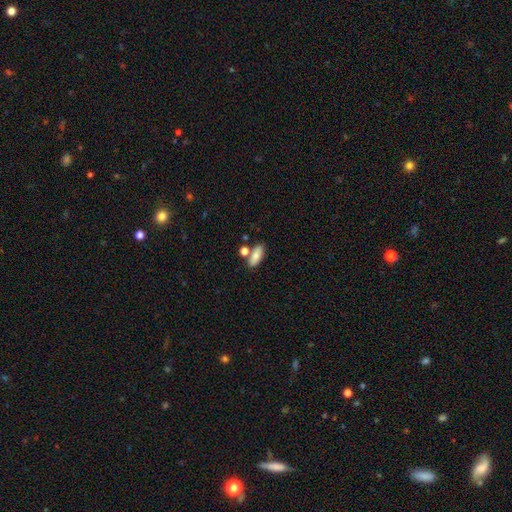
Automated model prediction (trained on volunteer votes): Q: Smooth or featured?
A: smooth (81%); runner-up: featured or disk (12%)
Q: How rounded?
A: in between (80%); runner-up: cigar-shaped (16%)
Q: Merging?
A: none (68%); runner-up: merger (17%)